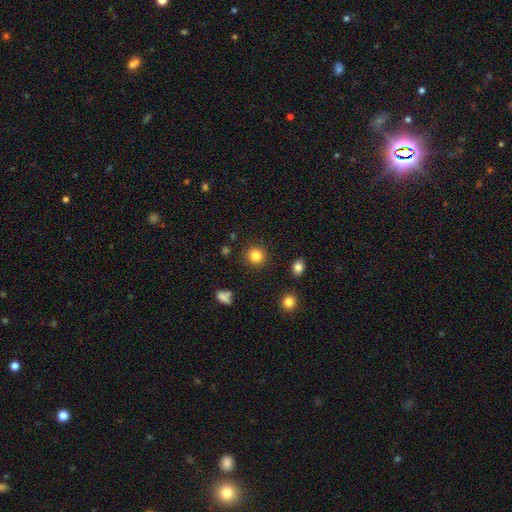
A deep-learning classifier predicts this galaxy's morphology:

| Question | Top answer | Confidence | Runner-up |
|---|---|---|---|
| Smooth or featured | smooth | 83% | star or artifact (11%) |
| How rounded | round | 92% | in between (7%) |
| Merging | none | 90% | minor disturbance (6%) |